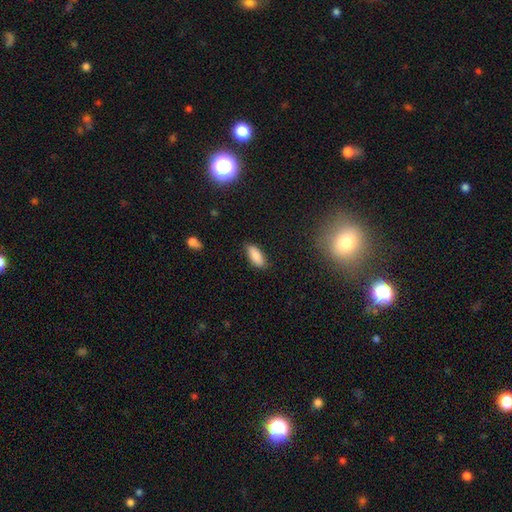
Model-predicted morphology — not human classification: This is clearly a smooth galaxy (86%). How rounded: clearly in between (84%). Merging: clearly none (81%).